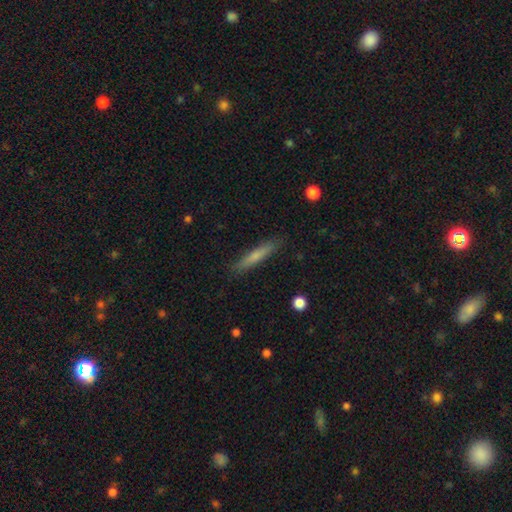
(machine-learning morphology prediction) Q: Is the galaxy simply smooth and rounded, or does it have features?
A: smooth — 68%.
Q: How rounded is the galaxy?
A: cigar-shaped — 93%.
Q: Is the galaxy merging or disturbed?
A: none — 88%.